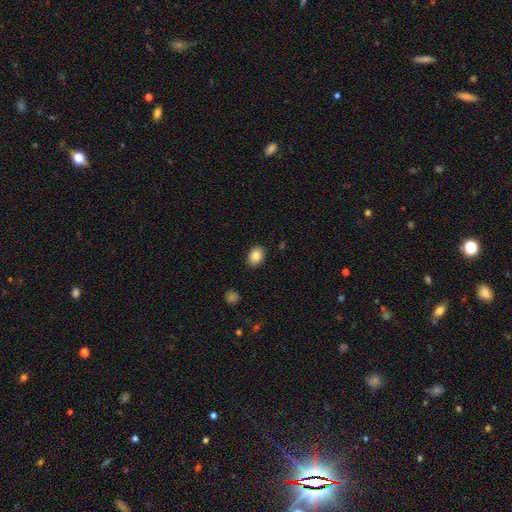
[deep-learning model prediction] Q: Smooth or featured?
A: smooth (85%); runner-up: star or artifact (8%)
Q: How rounded?
A: in between (74%); runner-up: round (25%)
Q: Merging?
A: none (88%); runner-up: minor disturbance (8%)